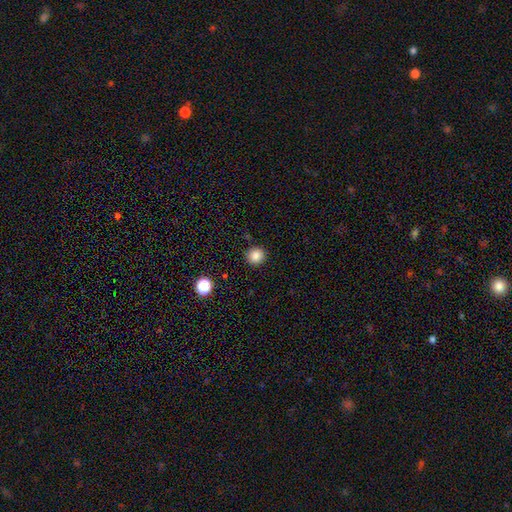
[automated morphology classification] Overall: smooth (84%). How rounded: round (93%). Merging: none (91%).